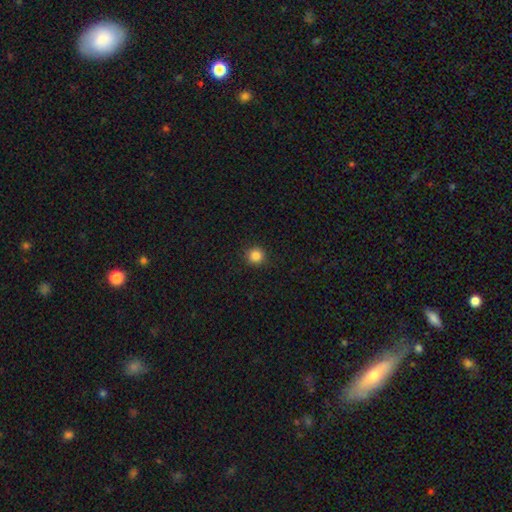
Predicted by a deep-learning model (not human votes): Morphology: type=smooth (85%); roundness=round (95%); merging=none (92%).